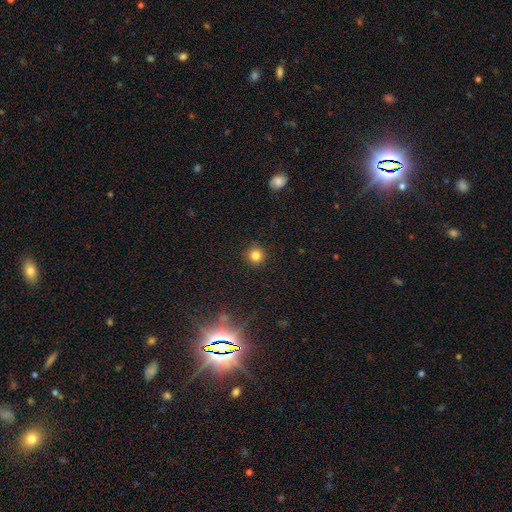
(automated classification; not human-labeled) Morphology: type=smooth (82%); roundness=round (95%); merging=none (91%).